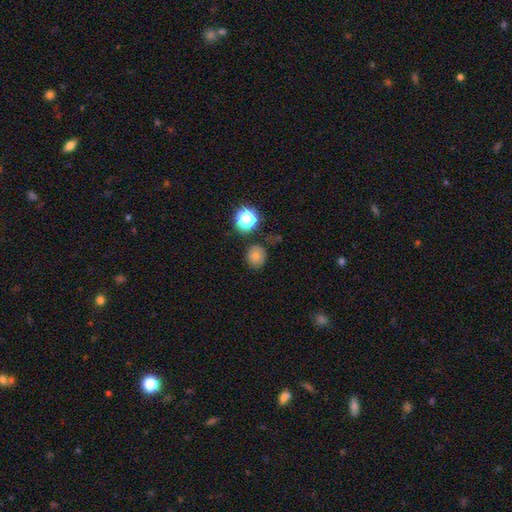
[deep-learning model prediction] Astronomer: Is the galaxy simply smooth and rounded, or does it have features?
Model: smooth — 58%.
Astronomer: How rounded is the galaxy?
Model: round — 88%.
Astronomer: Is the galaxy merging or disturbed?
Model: none — 79%.